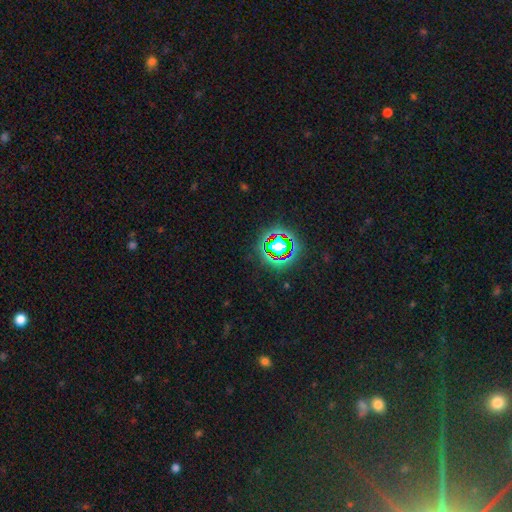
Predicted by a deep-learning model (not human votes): This is likely a star or artifact rather than a galaxy (78%).